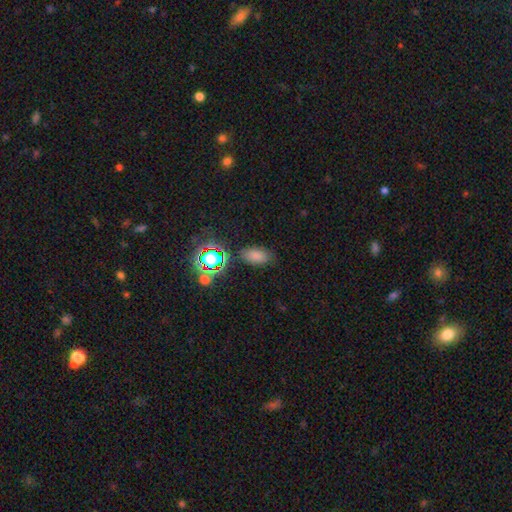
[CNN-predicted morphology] Smooth or featured? Predicted: smooth (p=0.73). How rounded? Predicted: in between (p=0.90). Merging? Predicted: none (p=0.80).